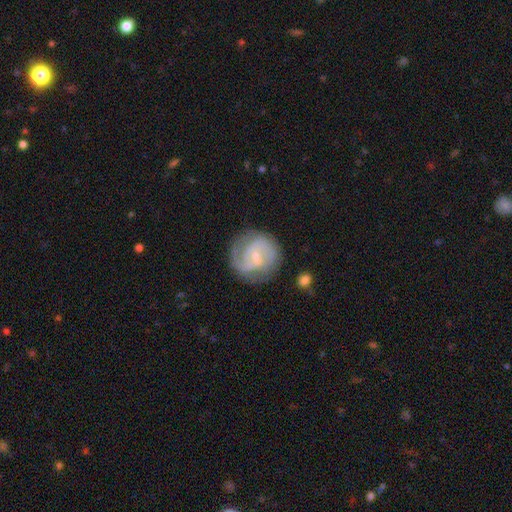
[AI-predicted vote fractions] Q: Smooth or featured?
A: featured or disk (79%); runner-up: smooth (15%)
Q: Edge-on disk?
A: no (98%); runner-up: yes (2%)
Q: Bar?
A: weak (51%); runner-up: no (37%)
Q: Spiral arms?
A: yes (94%); runner-up: no (6%)
Q: Spiral winding?
A: medium (48%); runner-up: tight (32%)
Q: Spiral arm count?
A: 2 (73%); runner-up: can't tell (12%)
Q: Bulge size?
A: small (73%); runner-up: moderate (18%)
Q: Merging?
A: none (73%); runner-up: minor disturbance (17%)